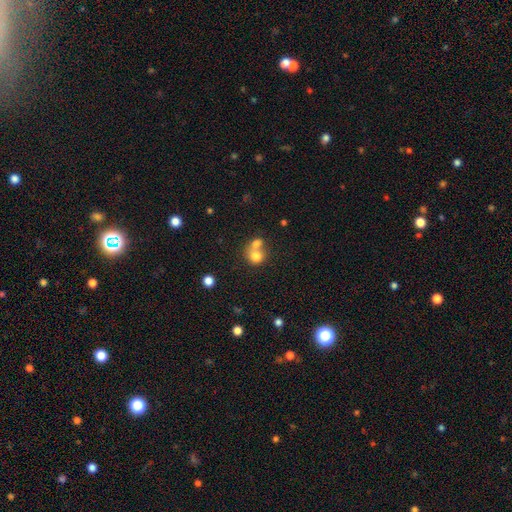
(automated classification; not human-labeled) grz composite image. It shows a smooth galaxy with no disk features (74%) that is round (75%). Merging: merger (63%).